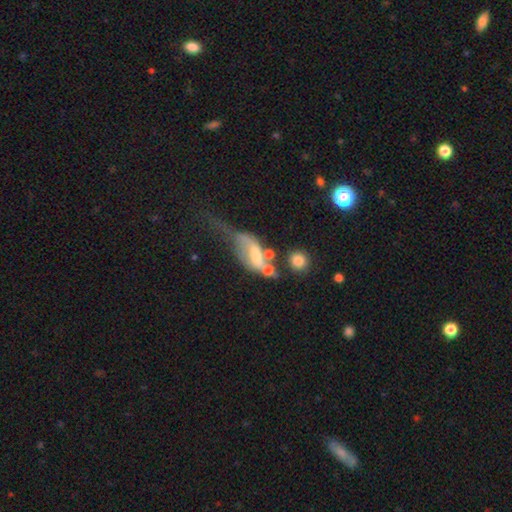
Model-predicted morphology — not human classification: Smooth or featured?
  - featured or disk: 47% *
  - smooth: 42%
  - star or artifact: 11%
Merging?
  - major disturbance: 47% *
  - merger: 26%
  - none: 14%
  - minor disturbance: 13%